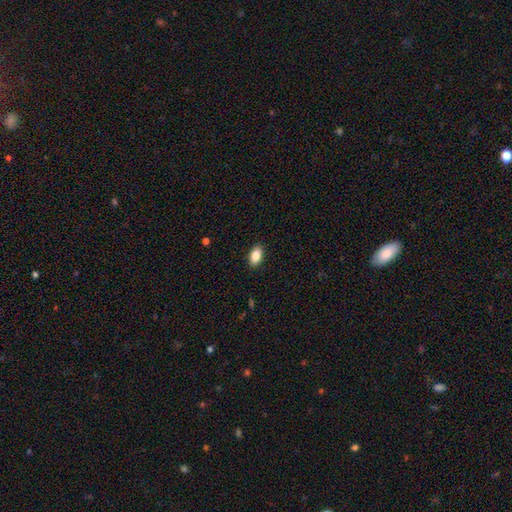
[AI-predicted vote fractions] smooth-or-featured: smooth: 85% | star or artifact: 8% | featured or disk: 7%
  how-rounded: in between: 92% | round: 5% | cigar-shaped: 3%
  merging: none: 90% | minor disturbance: 8% | major disturbance: 2% | merger: 1%